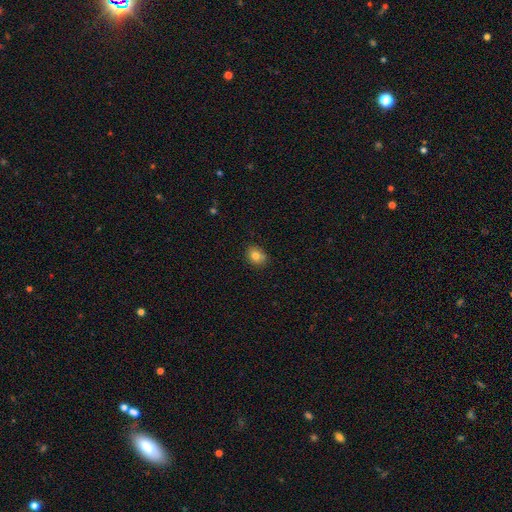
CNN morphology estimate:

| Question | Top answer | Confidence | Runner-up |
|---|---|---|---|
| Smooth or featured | smooth | 81% | star or artifact (11%) |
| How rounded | round | 58% | in between (42%) |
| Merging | none | 82% | minor disturbance (13%) |